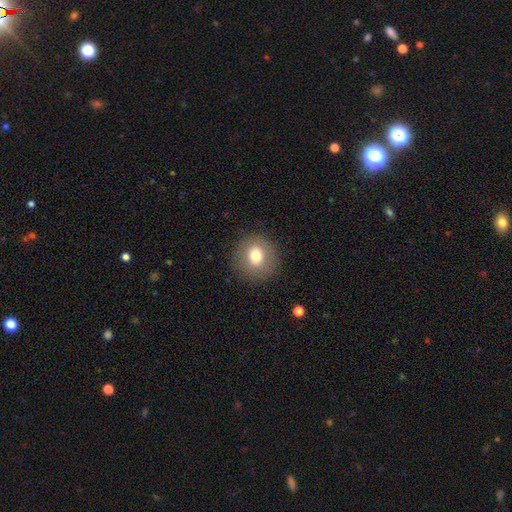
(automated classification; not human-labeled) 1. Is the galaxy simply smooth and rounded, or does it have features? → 75% smooth, 15% featured or disk, 10% star or artifact.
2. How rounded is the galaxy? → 88% round, 11% in between, 1% cigar-shaped.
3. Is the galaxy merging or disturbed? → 88% none, 8% minor disturbance, 3% major disturbance, 1% merger.